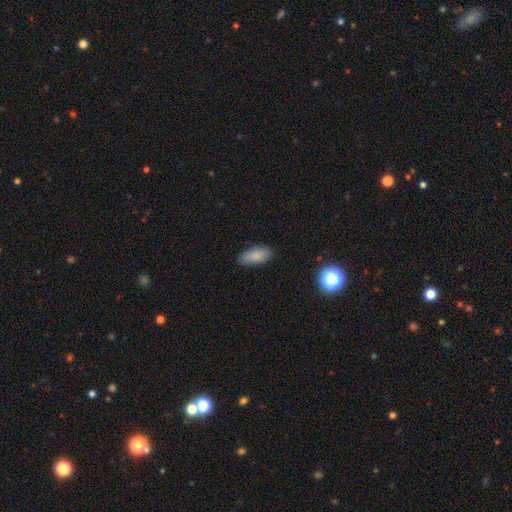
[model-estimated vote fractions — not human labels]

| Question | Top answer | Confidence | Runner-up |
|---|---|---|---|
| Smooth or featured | smooth | 85% | star or artifact (8%) |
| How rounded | in between | 86% | cigar-shaped (11%) |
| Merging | none | 82% | minor disturbance (14%) |